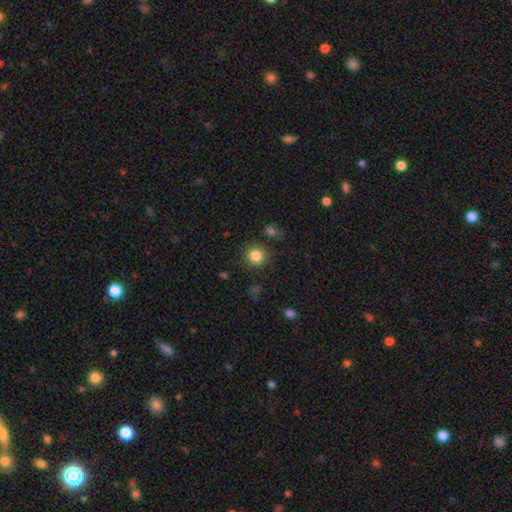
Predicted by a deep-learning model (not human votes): This is clearly a smooth galaxy (84%). How rounded: clearly round (91%). Merging: clearly none (86%).